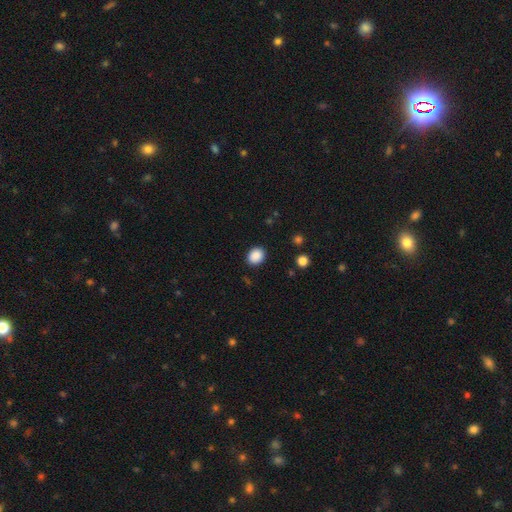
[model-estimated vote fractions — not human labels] This appears to be a smooth galaxy with no disk features (88%) that is round (59%). Merging: none (89%).